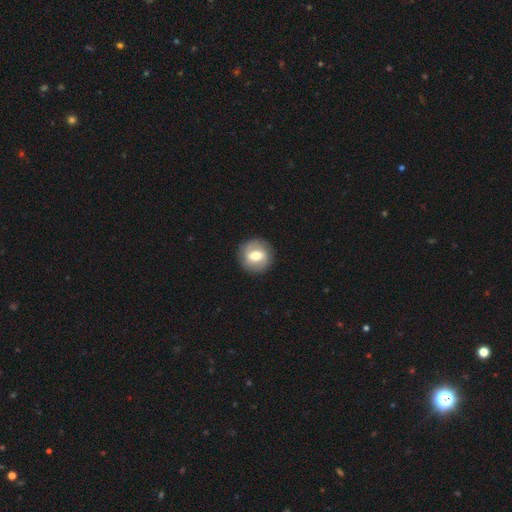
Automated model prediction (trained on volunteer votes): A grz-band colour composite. It shows a smooth galaxy with no disk features (48%). Merging: none (87%).